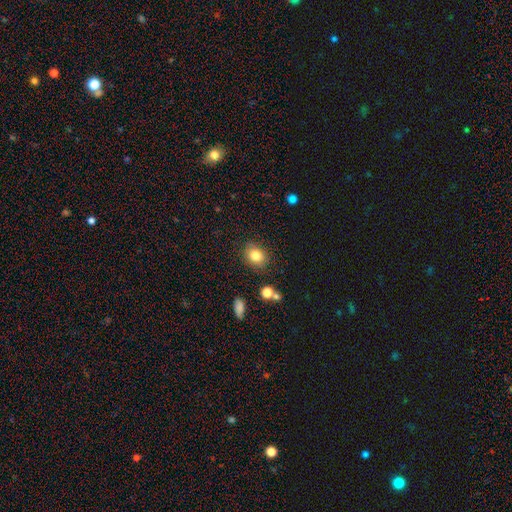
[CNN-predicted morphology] This appears to be a smooth galaxy with no disk features (82%) that is round (53%). Merging: none (84%).